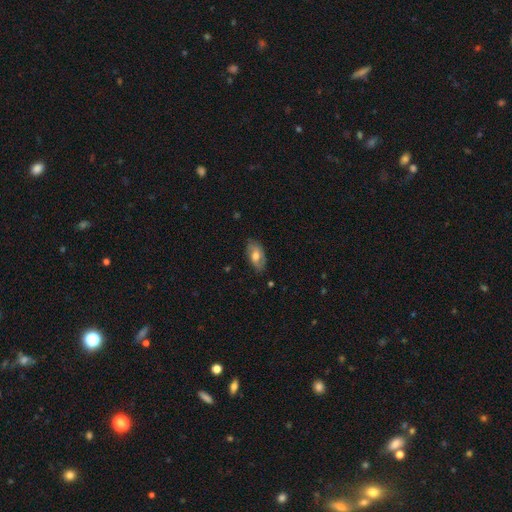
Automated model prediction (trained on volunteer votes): The model was most divided on "smooth or featured": smooth: 51%, featured or disk: 42%, star or artifact: 7%. More confident: how rounded — in between (92%); merging — none (77%).